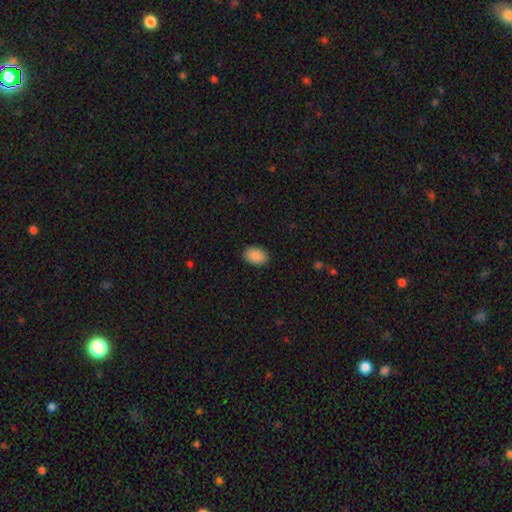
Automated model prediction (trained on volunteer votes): A smooth galaxy with no disk features (90%) that is in between round and cigar-shaped (87%).

Vote fractions:
- Smooth or featured? smooth: 90% / star or artifact: 7% / featured or disk: 3%
- How rounded? in between: 87% / round: 12% / cigar-shaped: 1%
- Merging? none: 90% / minor disturbance: 8% / major disturbance: 2% / merger: 1%